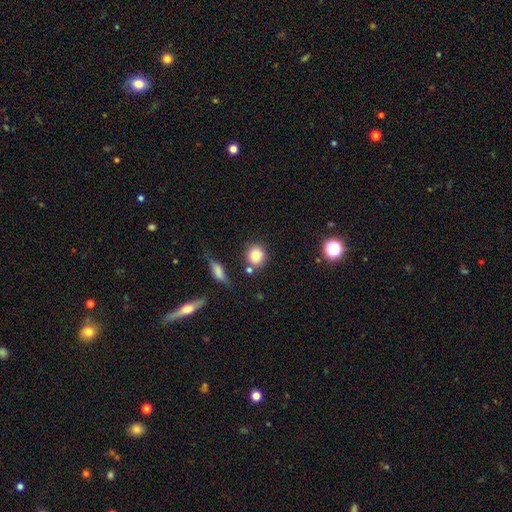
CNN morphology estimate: This is clearly a smooth galaxy (80%). How rounded: clearly round (84%). Merging: likely none (75%).